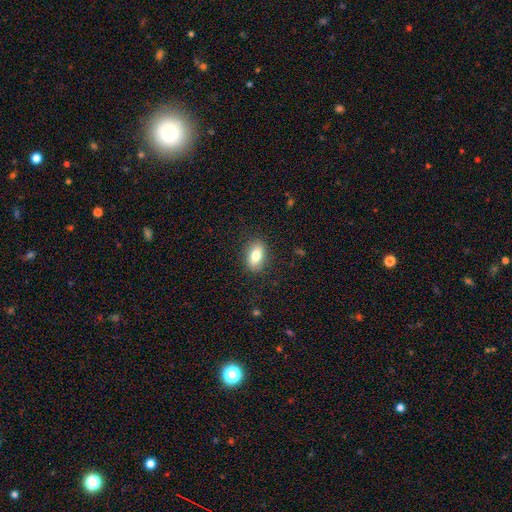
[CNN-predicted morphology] This appears to be a smooth galaxy with no disk features (79%) that is in between round and cigar-shaped (88%). Merging: none (86%).